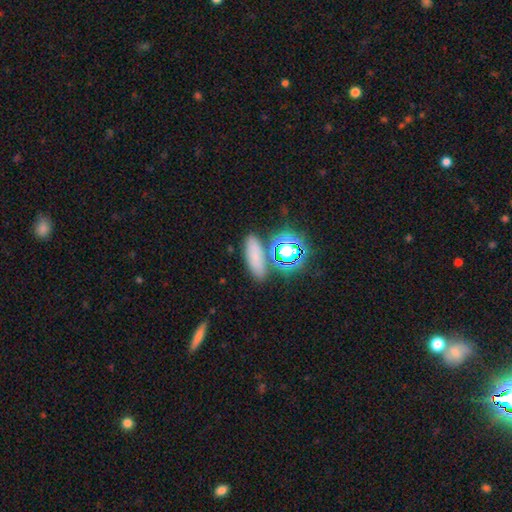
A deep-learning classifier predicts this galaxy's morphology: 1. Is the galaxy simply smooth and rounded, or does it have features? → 67% smooth, 23% star or artifact, 10% featured or disk.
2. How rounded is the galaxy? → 57% in between, 30% cigar-shaped, 13% round.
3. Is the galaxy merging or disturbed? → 76% none, 11% minor disturbance, 10% merger, 4% major disturbance.